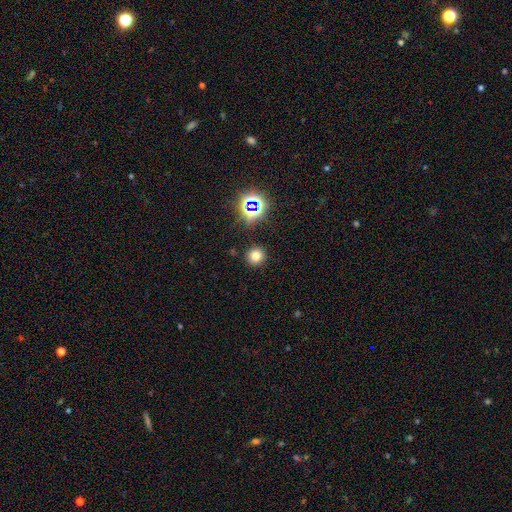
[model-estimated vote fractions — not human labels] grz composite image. It shows a smooth galaxy with no disk features (72%) that is round (93%). Merging: none (89%).